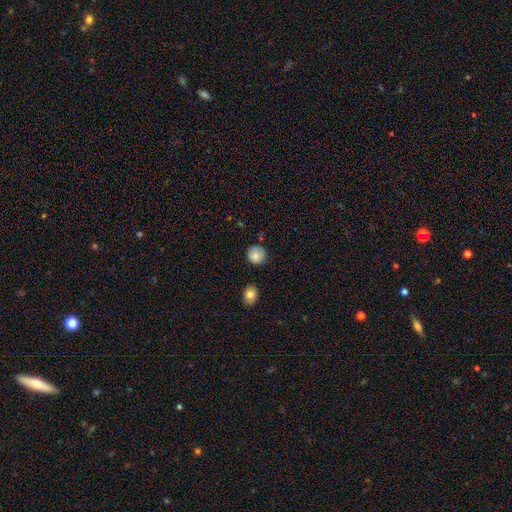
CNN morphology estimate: The model was most divided on "merging": none: 79%, minor disturbance: 15%, major disturbance: 3%, merger: 3%. More confident: how rounded — round (90%); smooth or featured — smooth (82%).